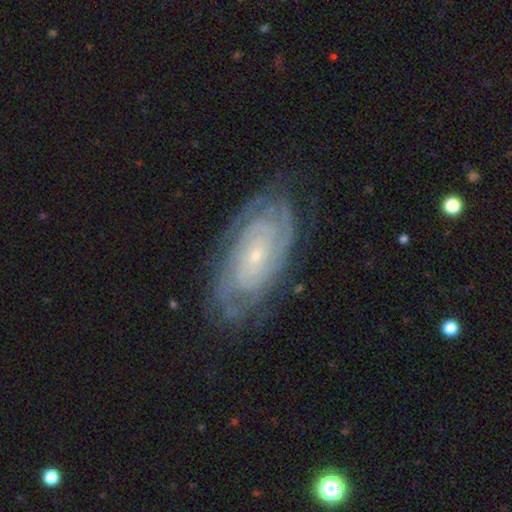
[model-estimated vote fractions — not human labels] A featured or disk galaxy (85%) with no bar (69%), tight (80%) spiral arms (96%) and a small central bulge (80%).

Vote fractions:
- Smooth or featured? featured or disk: 85% / smooth: 8% / star or artifact: 6%
- Edge-on disk? no: 94% / yes: 6%
- Bar? no: 69% / weak: 24% / strong: 8%
- Spiral arms? yes: 96% / no: 4%
- Spiral winding? tight: 80% / medium: 17% / loose: 3%
- Spiral arm count? can't tell: 34% / 2: 25% / 3: 15% / 4: 13% / more than 4: 7% / 1: 5%
- Bulge size? small: 80% / moderate: 16% / none: 2% / large: 1% / dominant: 1%
- Merging? none: 78% / minor disturbance: 16% / major disturbance: 5% / merger: 1%